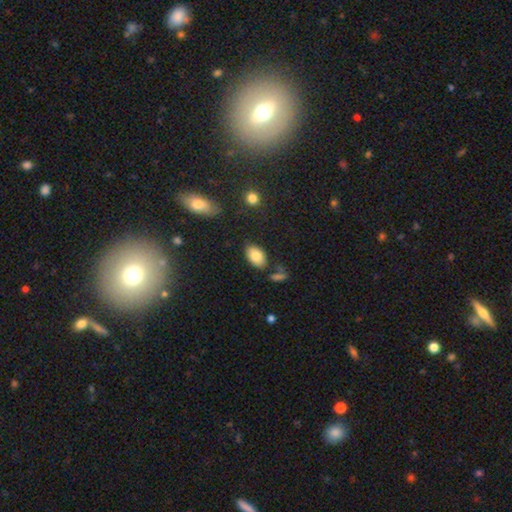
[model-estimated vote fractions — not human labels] Overall: smooth (84%). How rounded: in between (91%). Merging: none (78%).